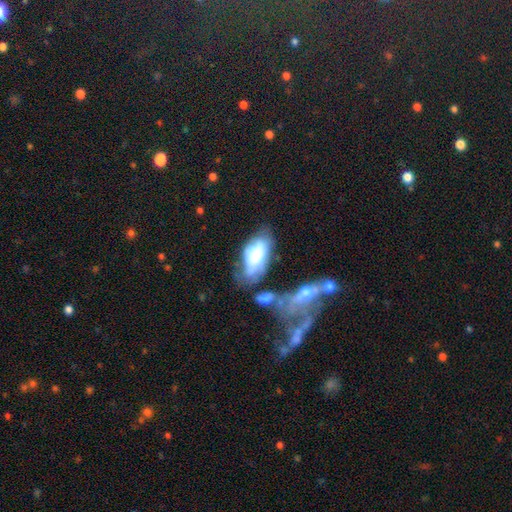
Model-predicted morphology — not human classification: smooth 63%, featured or disk 29%, star or artifact 8%. Down the decision tree: how rounded — in between (89%); merging — none (34%).